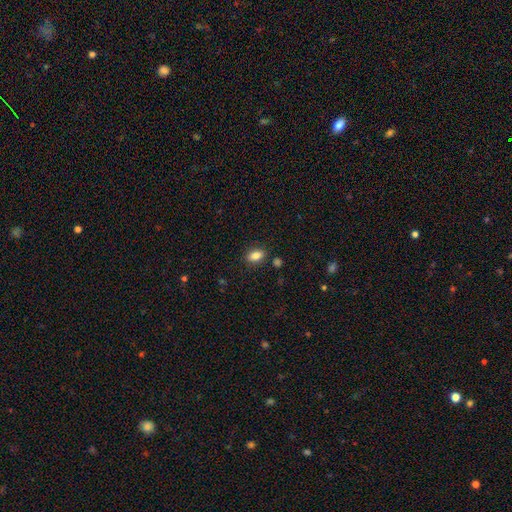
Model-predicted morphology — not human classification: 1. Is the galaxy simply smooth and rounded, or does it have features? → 83% smooth, 9% star or artifact, 8% featured or disk.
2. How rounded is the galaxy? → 84% in between, 12% round, 4% cigar-shaped.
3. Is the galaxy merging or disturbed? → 84% none, 11% minor disturbance, 3% merger, 2% major disturbance.